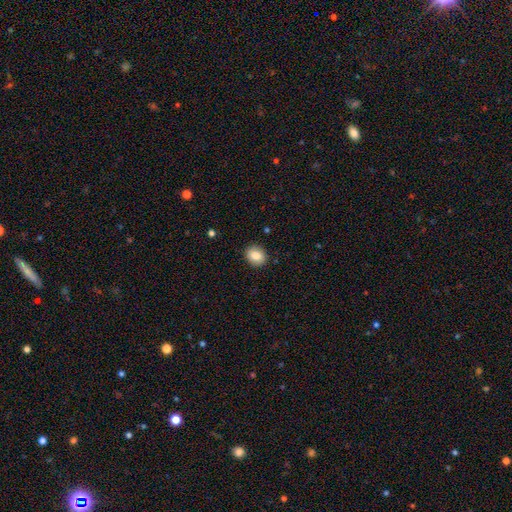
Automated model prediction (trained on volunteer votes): The model was most divided on "how rounded": round: 68%, in between: 31%, cigar-shaped: 1%. More confident: merging — none (90%); smooth or featured — smooth (83%).